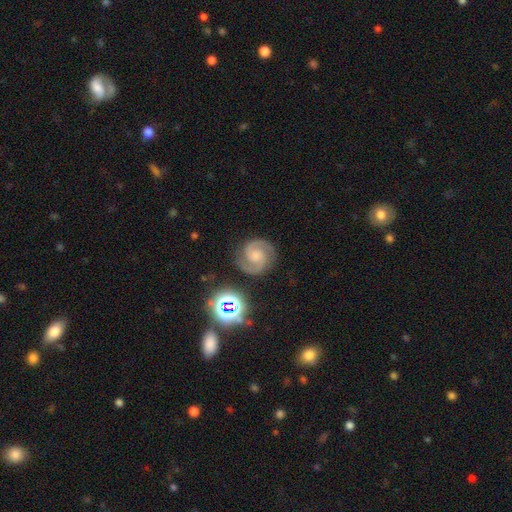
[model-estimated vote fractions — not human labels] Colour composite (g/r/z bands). It shows a featured or disk galaxy (86%) with no bar (60%), 2 (93%) medium (47%) spiral arms (98%) and a small central bulge (38%). Merging: none (83%).